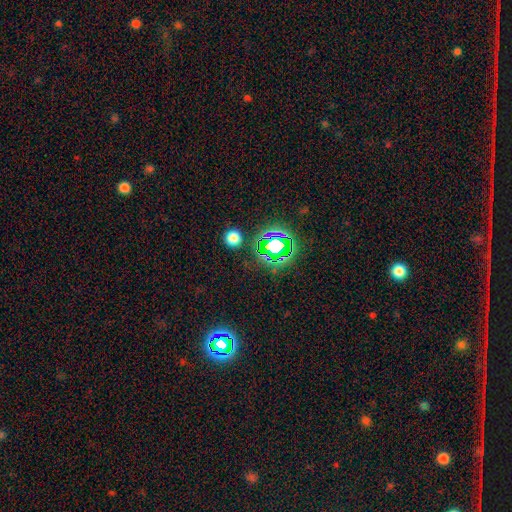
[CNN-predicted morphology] Smooth or featured: star or artifact — 78% (smooth — 15%)